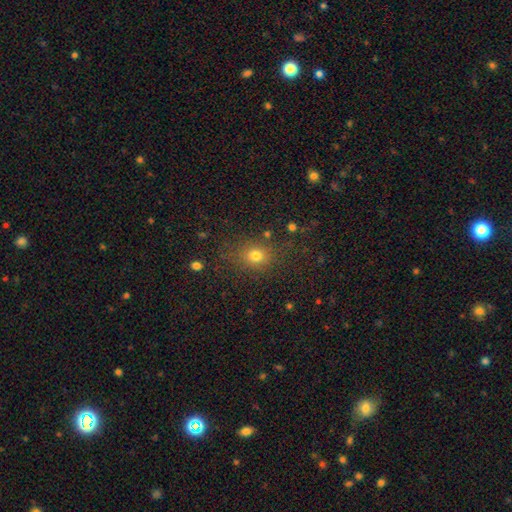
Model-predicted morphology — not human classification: This appears to be a smooth galaxy with no disk features (74%) that is round (64%). Merging: none (78%).